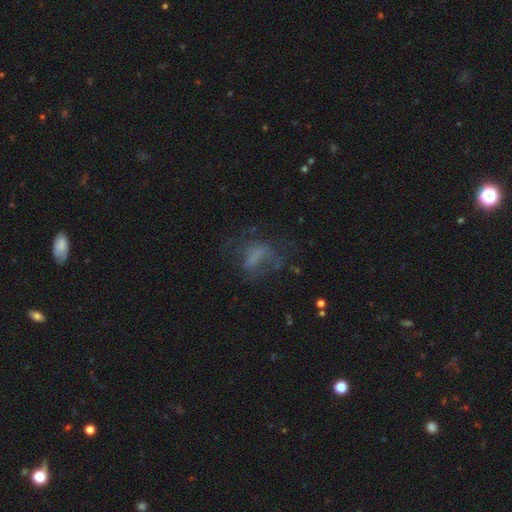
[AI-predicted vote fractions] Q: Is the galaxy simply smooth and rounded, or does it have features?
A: featured or disk — 42%.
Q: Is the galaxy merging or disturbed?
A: none — 42%.